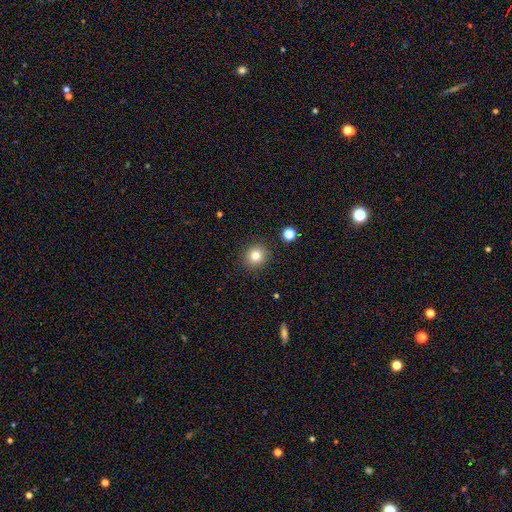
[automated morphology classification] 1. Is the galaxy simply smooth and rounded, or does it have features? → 80% smooth, 12% star or artifact, 7% featured or disk.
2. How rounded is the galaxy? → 91% round, 8% in between, 1% cigar-shaped.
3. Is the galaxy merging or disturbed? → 91% none, 6% minor disturbance, 2% major disturbance, 2% merger.